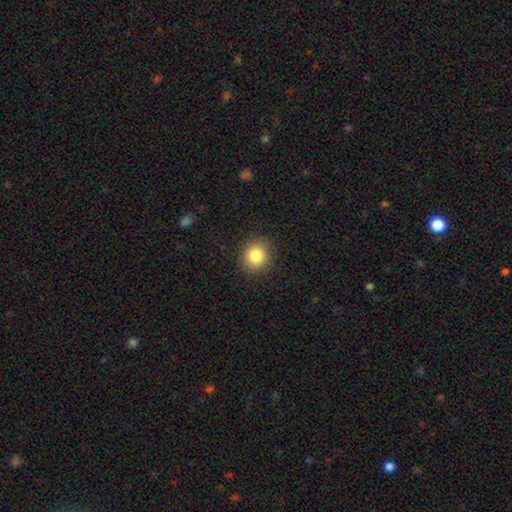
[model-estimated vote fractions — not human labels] smooth-or-featured: smooth: 84% | star or artifact: 10% | featured or disk: 6%
  how-rounded: round: 87% | in between: 12% | cigar-shaped: 1%
  merging: none: 90% | minor disturbance: 7% | major disturbance: 2% | merger: 1%